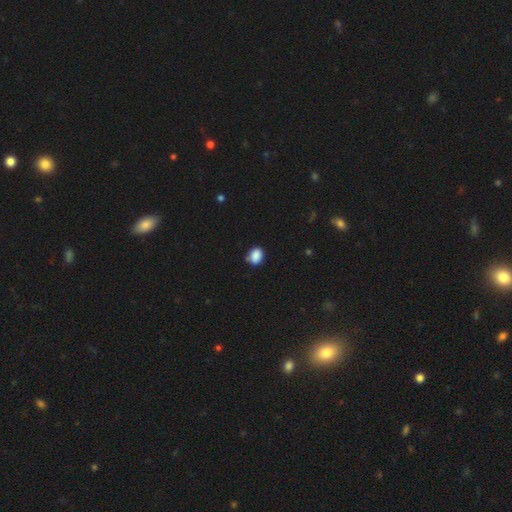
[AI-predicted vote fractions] smooth-or-featured: smooth: 87% | star or artifact: 9% | featured or disk: 4%
  how-rounded: in between: 55% | round: 44% | cigar-shaped: 1%
  merging: none: 74% | minor disturbance: 21% | major disturbance: 3% | merger: 3%